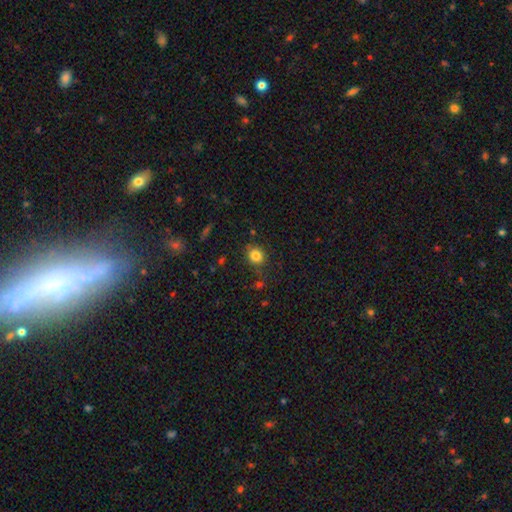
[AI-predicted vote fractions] The model was most divided on "how rounded": round: 84%, in between: 15%, cigar-shaped: 1%. More confident: smooth or featured — smooth (83%); merging — none (82%).